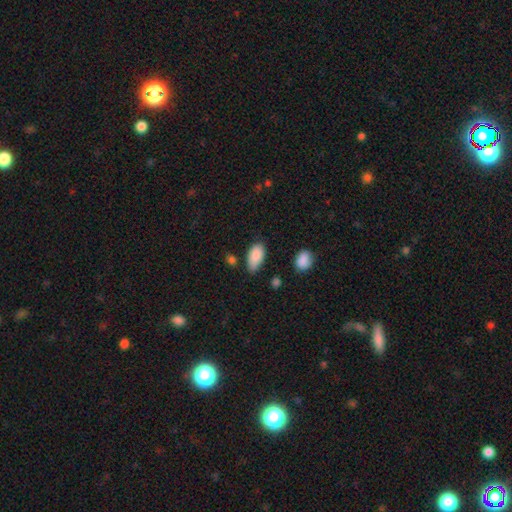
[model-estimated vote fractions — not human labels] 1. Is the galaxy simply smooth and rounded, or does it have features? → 88% smooth, 7% star or artifact, 5% featured or disk.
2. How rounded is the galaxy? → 93% in between, 4% cigar-shaped, 3% round.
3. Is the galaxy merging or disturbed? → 60% none, 31% minor disturbance, 6% major disturbance, 4% merger.